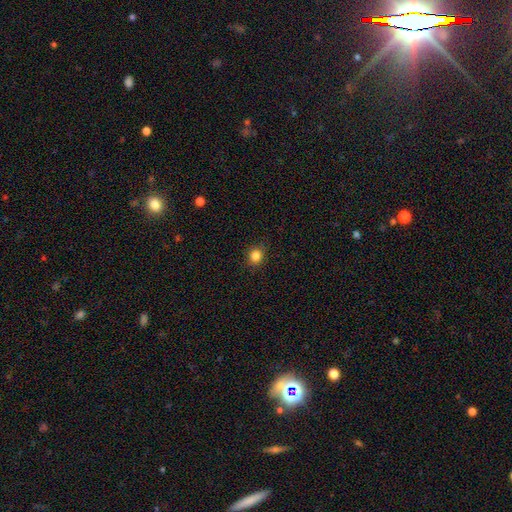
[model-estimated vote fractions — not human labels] This is clearly a smooth galaxy (84%). How rounded: clearly round (81%). Merging: clearly none (88%).